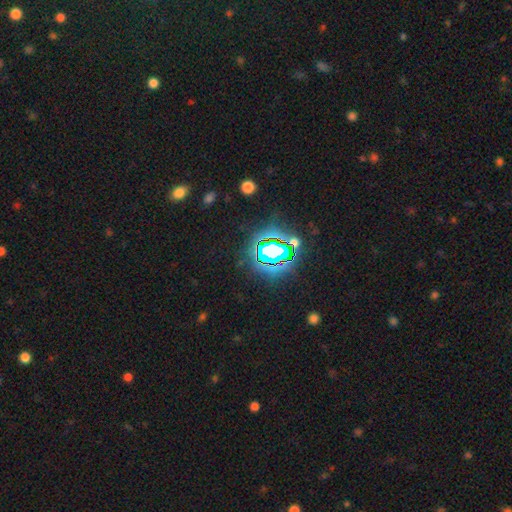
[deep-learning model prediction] Smooth or featured: star or artifact — 84% (smooth — 10%)